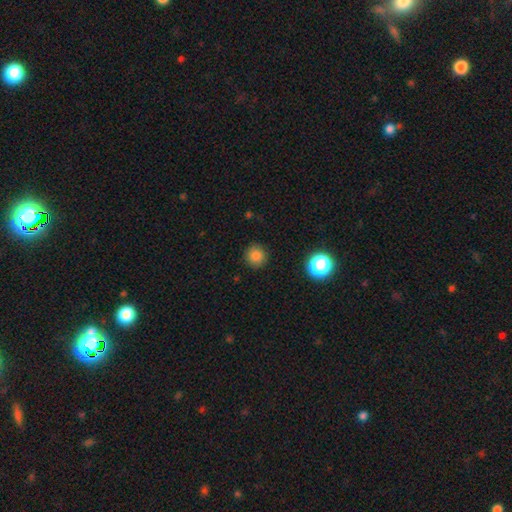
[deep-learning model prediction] Smooth or featured? smooth (82%)
How rounded? round (92%)
Merging? none (90%)